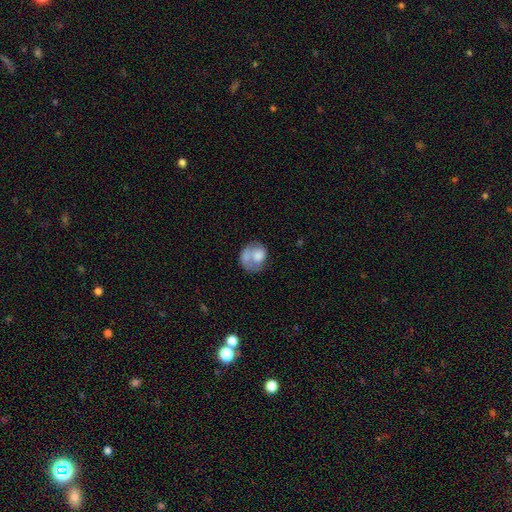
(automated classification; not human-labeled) This is likely a smooth galaxy (63%). How rounded: possibly round (56%). Merging: marginally none (33%).